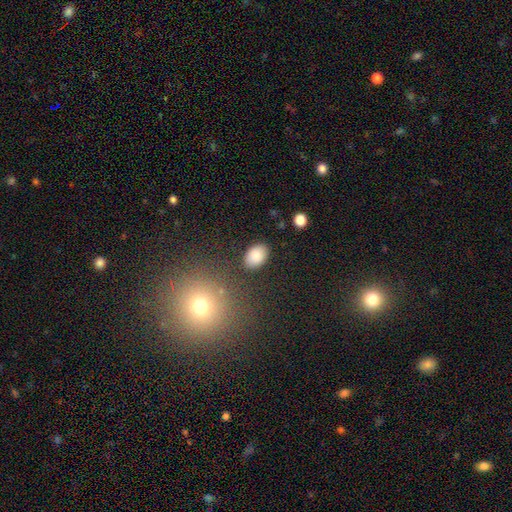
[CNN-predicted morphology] smooth-or-featured: smooth: 87% | star or artifact: 8% | featured or disk: 5%
  how-rounded: in between: 83% | round: 16% | cigar-shaped: 1%
  merging: none: 85% | minor disturbance: 10% | major disturbance: 3% | merger: 2%